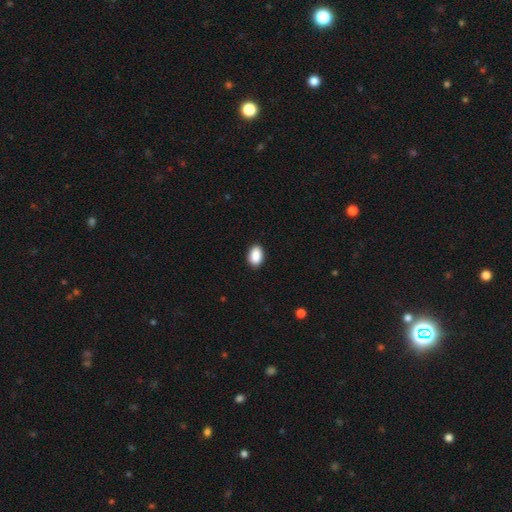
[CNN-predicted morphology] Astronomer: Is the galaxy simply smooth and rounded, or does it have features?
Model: smooth — 90%.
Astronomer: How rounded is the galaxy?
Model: in between — 88%.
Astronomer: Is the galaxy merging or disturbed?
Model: none — 88%.